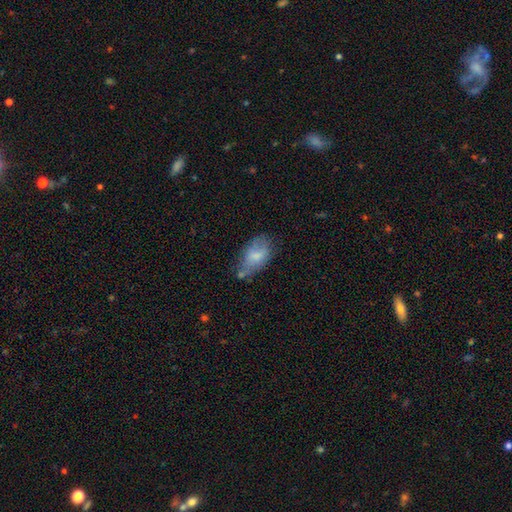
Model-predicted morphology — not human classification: smooth 68%, featured or disk 24%, star or artifact 8%. Down the decision tree: how rounded — in between (91%); merging — none (44%).